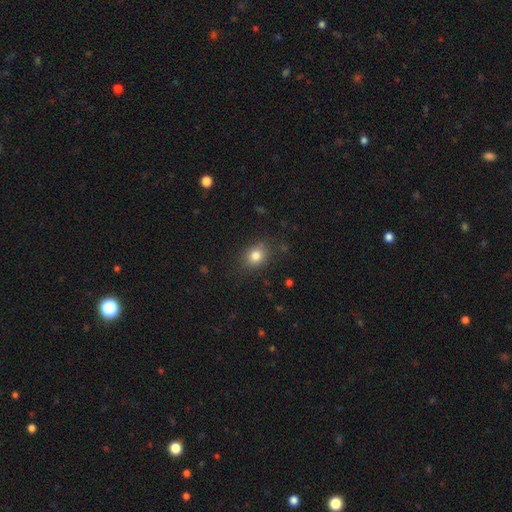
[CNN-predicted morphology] A smooth galaxy with no disk features (81%) that is round (56%).

Vote fractions:
- Smooth or featured? smooth: 81% / star or artifact: 12% / featured or disk: 7%
- How rounded? round: 56% / in between: 43% / cigar-shaped: 1%
- Merging? none: 81% / minor disturbance: 13% / major disturbance: 4% / merger: 2%